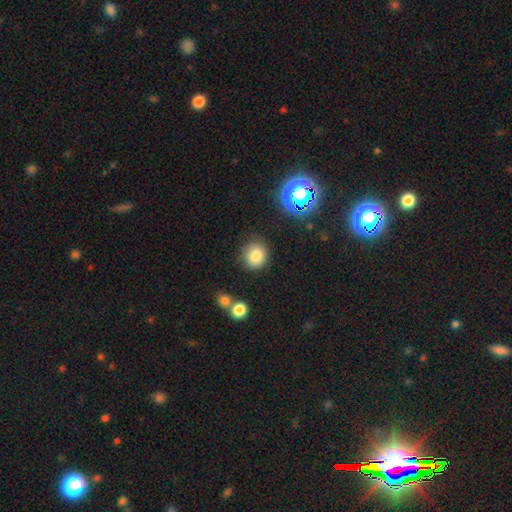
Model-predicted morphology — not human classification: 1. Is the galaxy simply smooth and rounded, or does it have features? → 82% smooth, 12% star or artifact, 6% featured or disk.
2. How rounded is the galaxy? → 84% round, 15% in between, 1% cigar-shaped.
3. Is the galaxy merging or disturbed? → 84% none, 10% minor disturbance, 3% major disturbance, 3% merger.